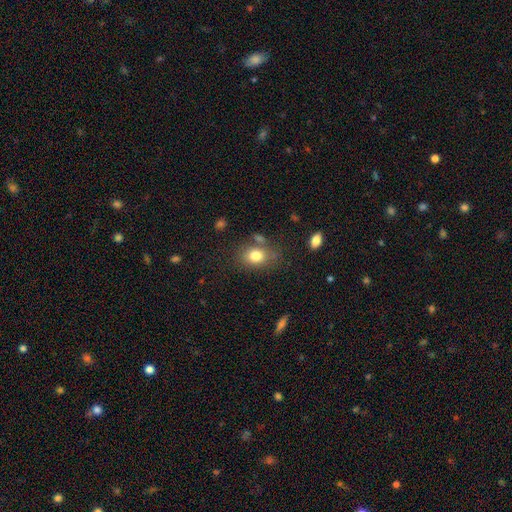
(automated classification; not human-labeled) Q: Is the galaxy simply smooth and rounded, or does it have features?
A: smooth — 79%.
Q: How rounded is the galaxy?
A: in between — 59%.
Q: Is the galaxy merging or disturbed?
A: none — 68%.